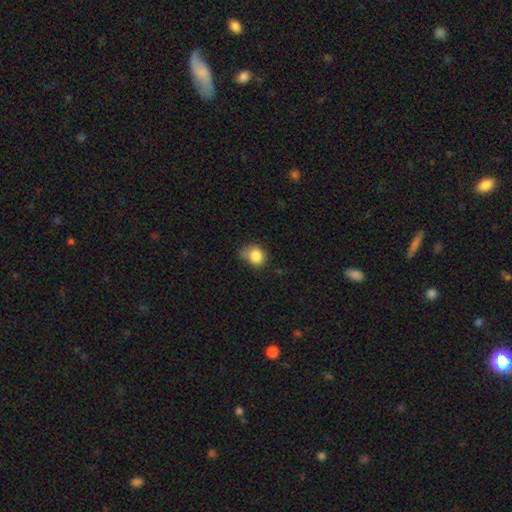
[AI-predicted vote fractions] A smooth galaxy with no disk features (83%) that is round (61%). Merging: none (49%).